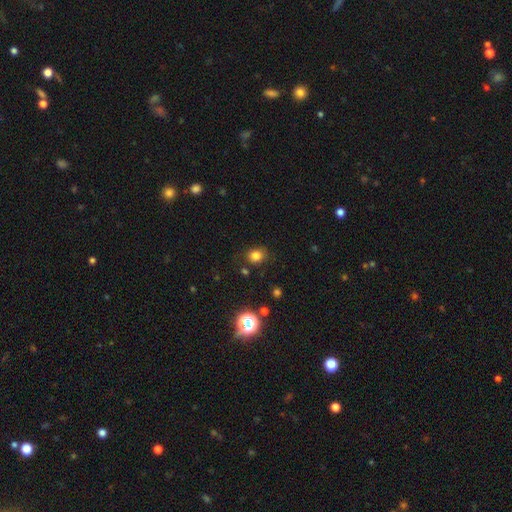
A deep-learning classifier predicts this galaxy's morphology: Smooth or featured?
  - smooth: 80% *
  - star or artifact: 15%
  - featured or disk: 5%
How rounded?
  - round: 68% *
  - in between: 31%
  - cigar-shaped: 1%
Merging?
  - none: 80% *
  - minor disturbance: 13%
  - major disturbance: 4%
  - merger: 3%